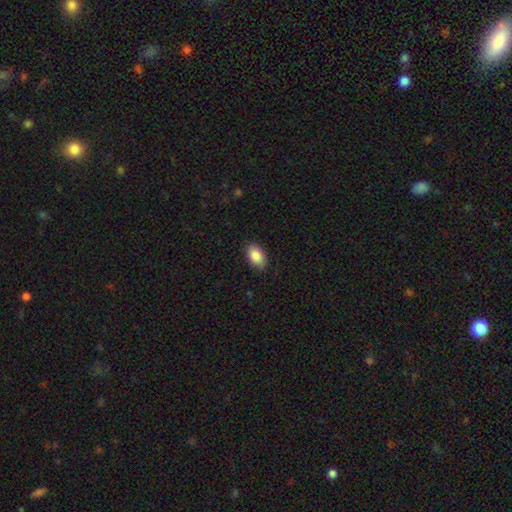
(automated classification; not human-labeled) smooth-or-featured: smooth: 89% | star or artifact: 7% | featured or disk: 4%
  how-rounded: in between: 91% | round: 7% | cigar-shaped: 1%
  merging: none: 85% | minor disturbance: 11% | major disturbance: 2% | merger: 1%